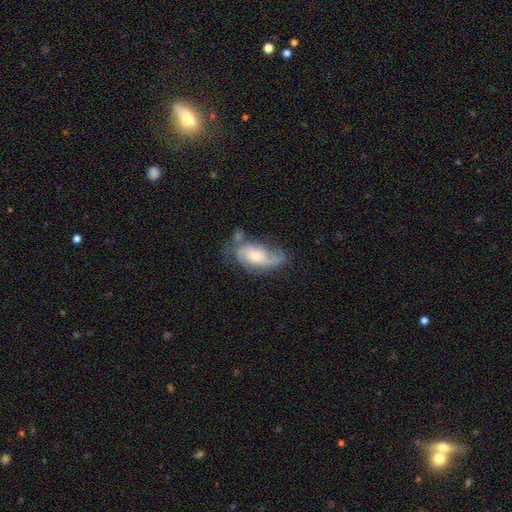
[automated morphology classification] This appears to be a featured or disk galaxy (73%) with no bar (66%), 2 (57%) medium (43%) spiral arms (91%) and a moderate central bulge (46%). Merging: none (47%).